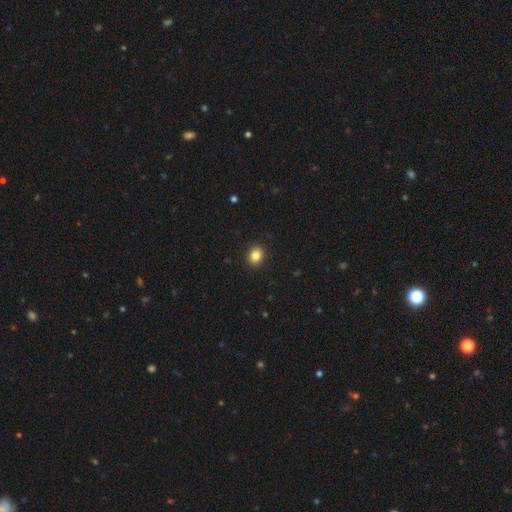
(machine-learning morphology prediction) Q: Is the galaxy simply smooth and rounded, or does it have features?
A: smooth — 84%.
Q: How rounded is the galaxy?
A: round — 53%.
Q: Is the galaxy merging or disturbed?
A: none — 91%.